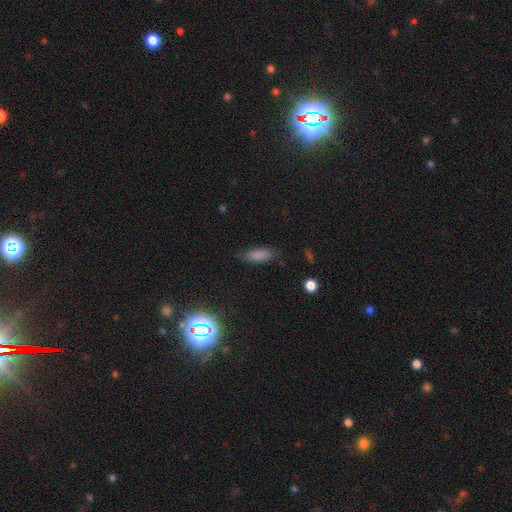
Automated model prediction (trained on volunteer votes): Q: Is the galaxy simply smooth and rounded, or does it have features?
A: smooth — 71%.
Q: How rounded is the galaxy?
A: in between — 67%.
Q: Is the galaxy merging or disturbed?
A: none — 79%.